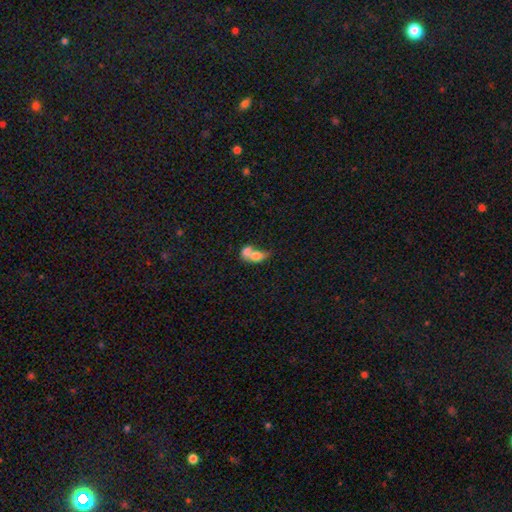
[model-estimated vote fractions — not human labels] Smooth or featured? smooth (68%)
How rounded? in between (70%)
Merging? merger (77%)